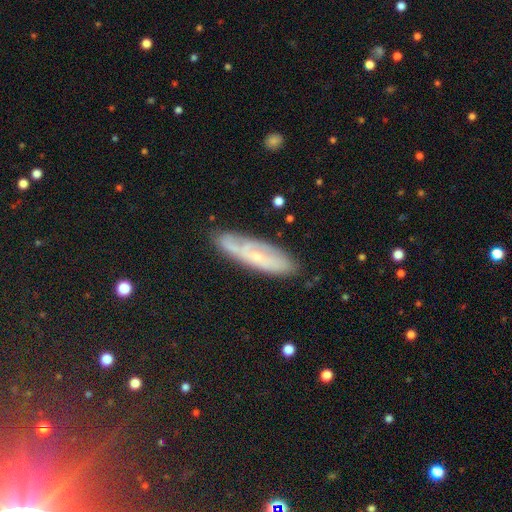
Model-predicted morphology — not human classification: Smooth or featured?
  - featured or disk: 59% *
  - smooth: 31%
  - star or artifact: 10%
Edge-on disk?
  - no: 69% *
  - yes: 31%
Merging?
  - none: 73% *
  - minor disturbance: 20%
  - major disturbance: 5%
  - merger: 2%